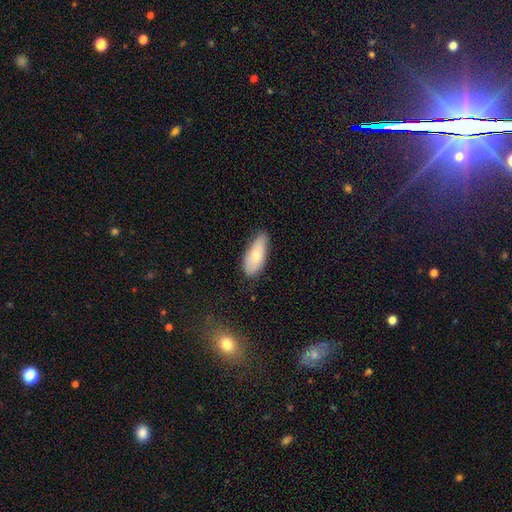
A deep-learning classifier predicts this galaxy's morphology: Smooth or featured? smooth (73%)
How rounded? in between (84%)
Merging? none (69%)